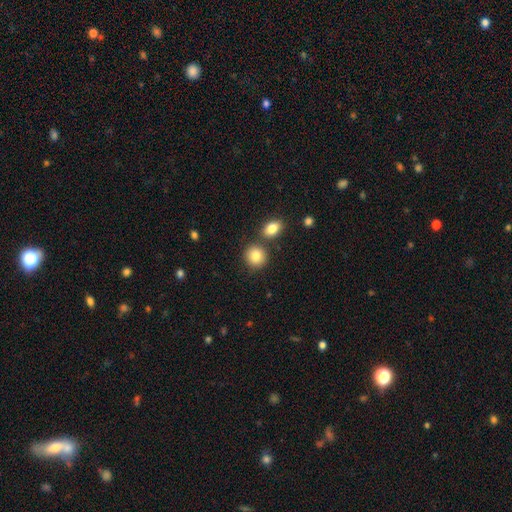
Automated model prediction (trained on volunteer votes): Smooth or featured?
  - smooth: 85% *
  - star or artifact: 9%
  - featured or disk: 6%
How rounded?
  - round: 81% *
  - in between: 18%
  - cigar-shaped: 1%
Merging?
  - none: 75% *
  - merger: 14%
  - minor disturbance: 9%
  - major disturbance: 3%